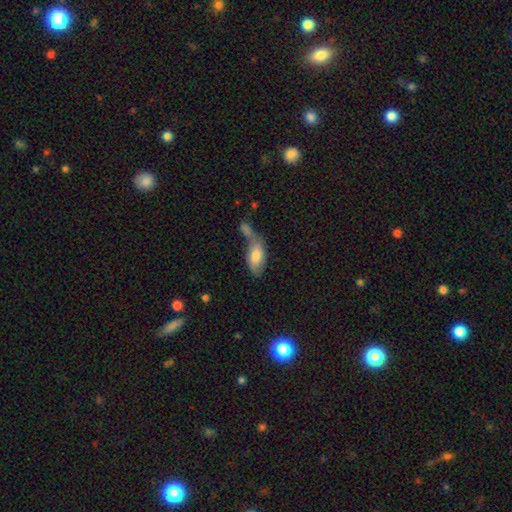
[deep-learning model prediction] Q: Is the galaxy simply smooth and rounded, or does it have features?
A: smooth — 75%.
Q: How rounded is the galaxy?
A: in between — 90%.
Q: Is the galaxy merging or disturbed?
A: merger — 49%.